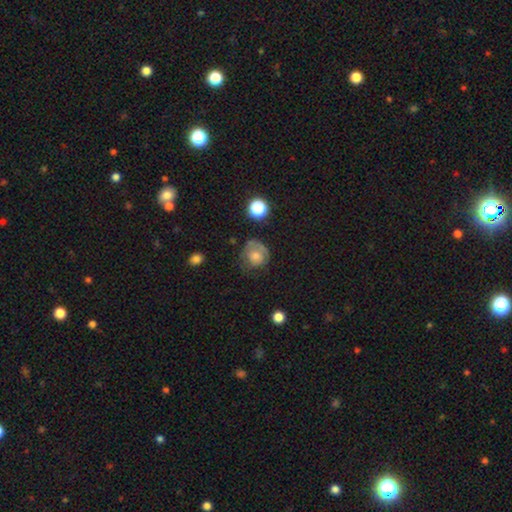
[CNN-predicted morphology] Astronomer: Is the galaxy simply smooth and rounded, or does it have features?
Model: smooth — 56% (runner-up: featured or disk, 33%).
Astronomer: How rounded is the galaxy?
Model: round — 75%.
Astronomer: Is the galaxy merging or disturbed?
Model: none — 51% (runner-up: minor disturbance, 27%).